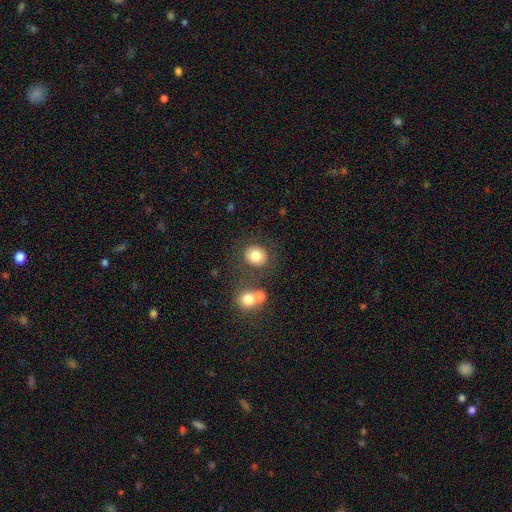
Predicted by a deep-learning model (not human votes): A smooth galaxy with no disk features (80%) that is round (73%).

Vote fractions:
- Smooth or featured? smooth: 80% / star or artifact: 10% / featured or disk: 9%
- How rounded? round: 73% / in between: 26% / cigar-shaped: 1%
- Merging? none: 78% / minor disturbance: 10% / merger: 7% / major disturbance: 4%